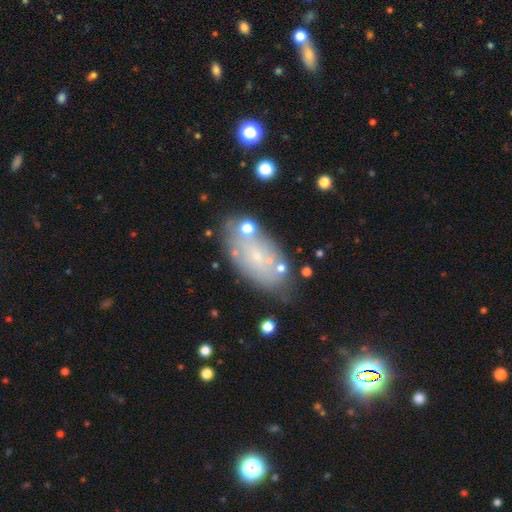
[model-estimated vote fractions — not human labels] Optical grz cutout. It shows a smooth galaxy with no disk features (44%, tied with featured or disk). Merging: none (68%).